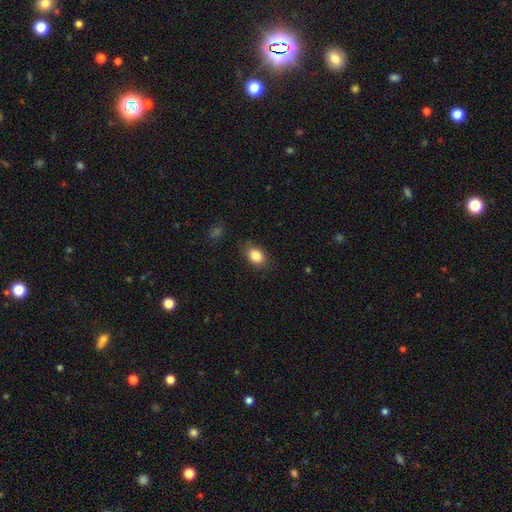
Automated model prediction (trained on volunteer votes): smooth 86%, star or artifact 8%, featured or disk 6%. Down the decision tree: how rounded — in between (78%); merging — none (81%).